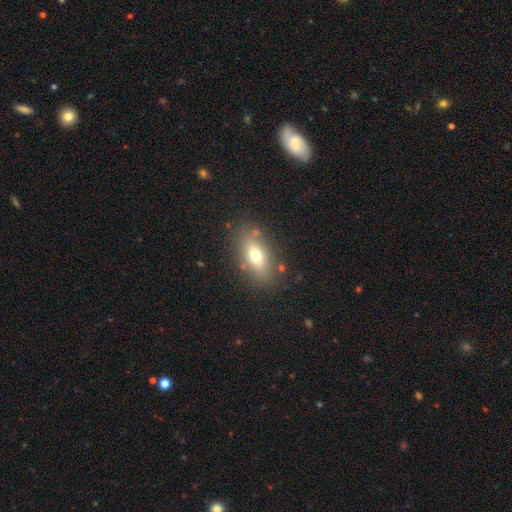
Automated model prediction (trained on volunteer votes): smooth-or-featured: smooth: 69% | featured or disk: 21% | star or artifact: 10%
  how-rounded: in between: 83% | cigar-shaped: 9% | round: 8%
  merging: none: 80% | minor disturbance: 12% | major disturbance: 5% | merger: 3%